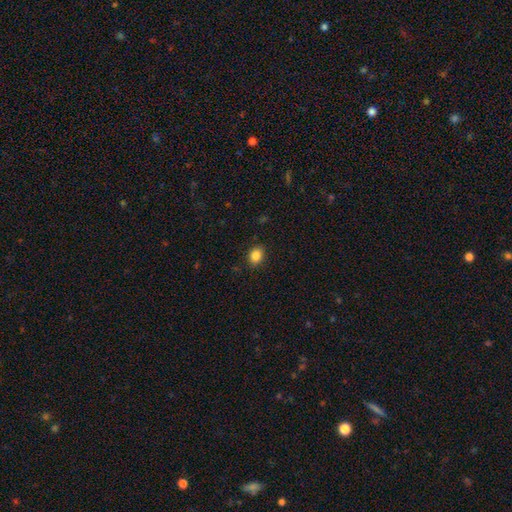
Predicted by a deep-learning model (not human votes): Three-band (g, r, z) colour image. It shows a smooth galaxy with no disk features (86%) that is in between round and cigar-shaped (56%). Merging: none (88%).